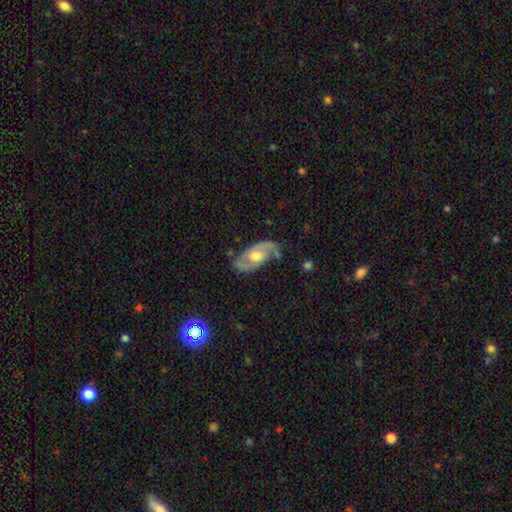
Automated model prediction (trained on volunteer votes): The model was most divided on "spiral winding": medium: 46%, tight: 32%, loose: 22%. More confident: edge-on disk — no (91%); spiral arms — yes (81%); spiral arm count — 2 (77%); smooth or featured — featured or disk (74%); bulge size — moderate (74%); merging — none (66%); bar — no (61%).